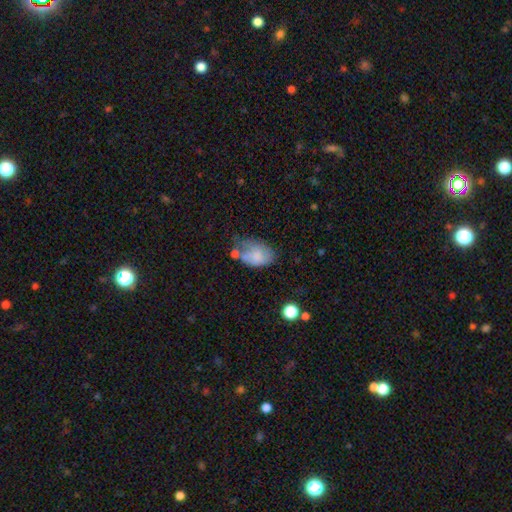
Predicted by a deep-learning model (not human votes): Overall: smooth (72%). How rounded: in between (84%). Merging: minor disturbance (34%; none 29%).